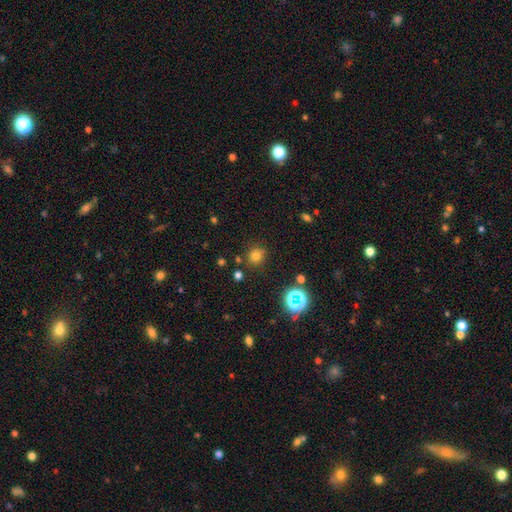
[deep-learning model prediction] This appears to be a smooth galaxy with no disk features (71%) that is round (84%). Merging: none (82%).